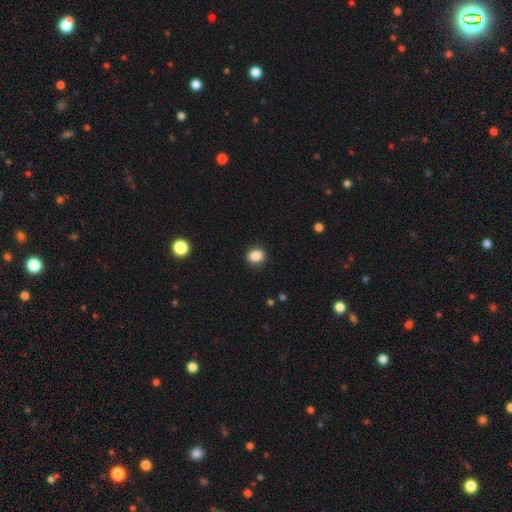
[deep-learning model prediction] Smooth or featured: smooth — 86% (star or artifact — 9%)
How rounded: round — 59% (in between — 40%)
Merging: none — 87% (minor disturbance — 9%)